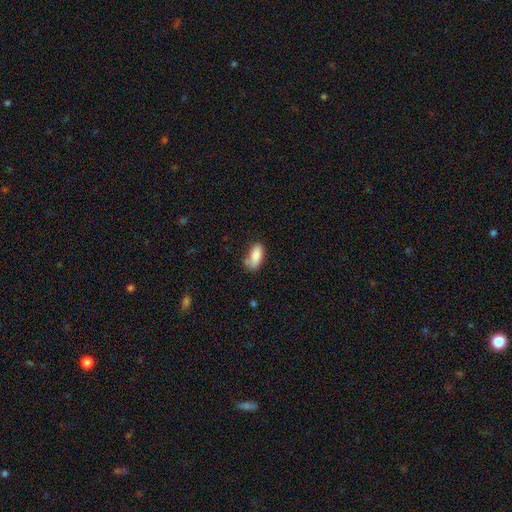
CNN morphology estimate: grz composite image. It shows a smooth galaxy with no disk features (86%) that is in between round and cigar-shaped (86%). Merging: none (60%).